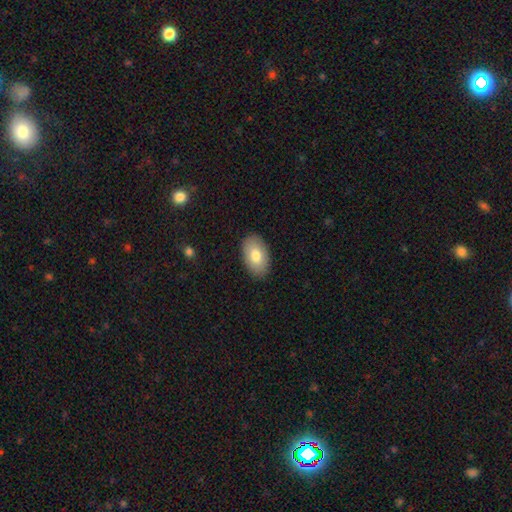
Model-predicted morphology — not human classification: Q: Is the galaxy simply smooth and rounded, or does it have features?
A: smooth — 79%.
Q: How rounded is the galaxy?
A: in between — 93%.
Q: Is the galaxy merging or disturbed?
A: none — 88%.